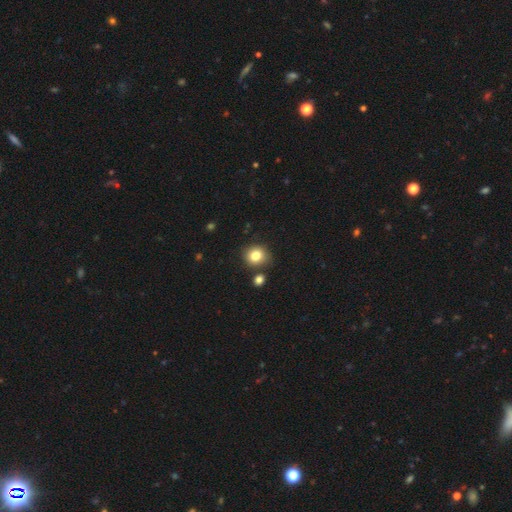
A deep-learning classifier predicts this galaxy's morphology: Q: Smooth or featured?
A: smooth (81%); runner-up: star or artifact (11%)
Q: How rounded?
A: round (83%); runner-up: in between (16%)
Q: Merging?
A: none (79%); runner-up: minor disturbance (11%)